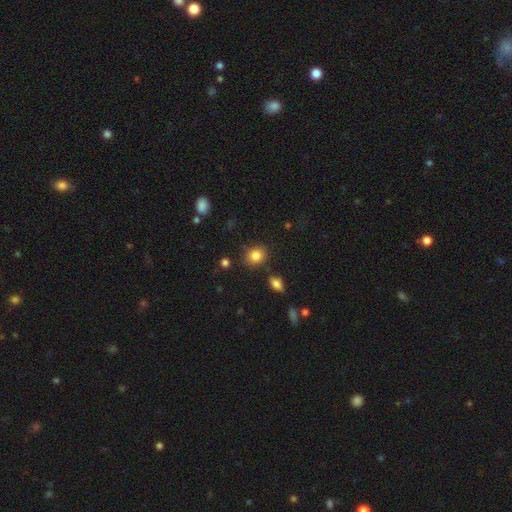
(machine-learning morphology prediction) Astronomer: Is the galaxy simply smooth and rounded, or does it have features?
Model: smooth — 84%.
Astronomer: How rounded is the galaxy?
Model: round — 69%.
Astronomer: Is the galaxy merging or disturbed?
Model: none — 84%.